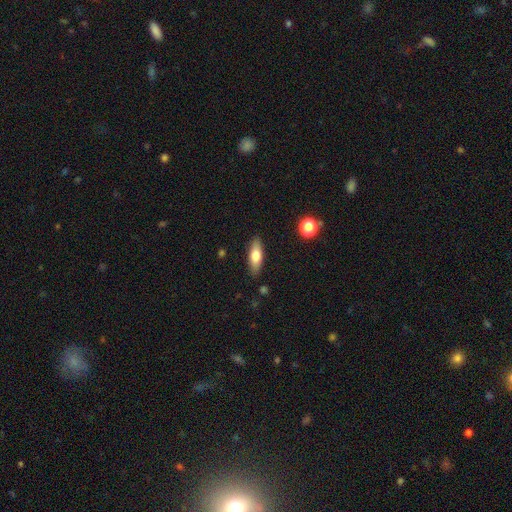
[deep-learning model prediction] A smooth galaxy with no disk features (70%) that is in between round and cigar-shaped (61%).

Vote fractions:
- Smooth or featured? smooth: 70% / featured or disk: 23% / star or artifact: 7%
- How rounded? in between: 61% / cigar-shaped: 36% / round: 3%
- Merging? none: 87% / minor disturbance: 10% / major disturbance: 2% / merger: 1%